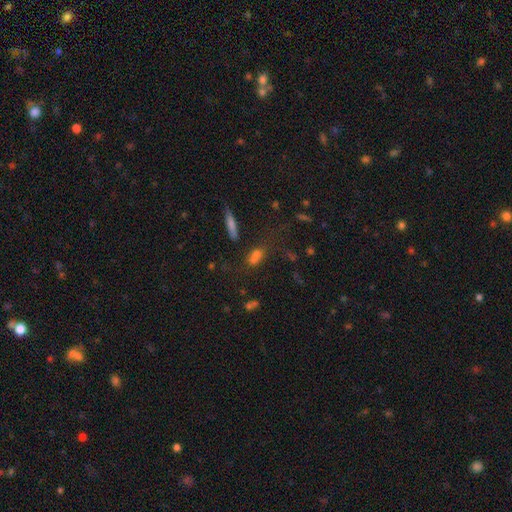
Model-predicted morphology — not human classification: Smooth or featured? smooth (57%)
How rounded? in between (55%)
Merging? none (52%)